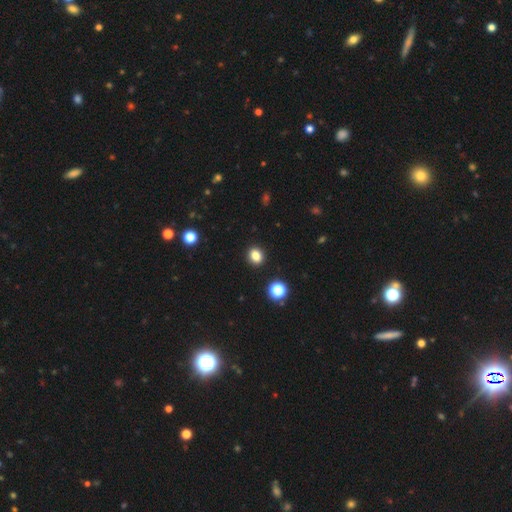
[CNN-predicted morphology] smooth_or_featured: smooth (p=0.83) [alt: star or artifact p=0.12]
how_rounded: round (p=0.64) [alt: in between p=0.35]
merging: none (p=0.91) [alt: minor disturbance p=0.06]